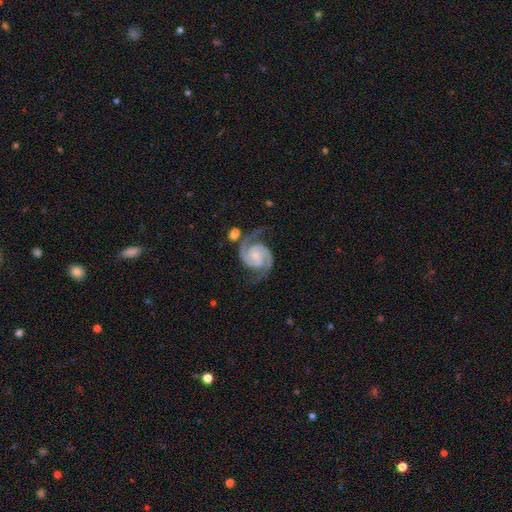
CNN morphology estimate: A featured or disk galaxy (93%) with no bar (64%), 2 (94%) medium (55%) spiral arms (99%) and a small central bulge (68%).

Vote fractions:
- Smooth or featured? featured or disk: 93% / star or artifact: 4% / smooth: 3%
- Edge-on disk? no: 98% / yes: 2%
- Bar? no: 64% / weak: 27% / strong: 9%
- Spiral arms? yes: 99% / no: 1%
- Spiral winding? medium: 55% / tight: 33% / loose: 11%
- Spiral arm count? 2: 94% / 3: 2% / can't tell: 1% / 1: 1% / 4: 1% / more than 4: 1%
- Bulge size? small: 68% / moderate: 23% / none: 6% / large: 2% / dominant: 1%
- Merging? none: 76% / minor disturbance: 14% / major disturbance: 6% / merger: 5%